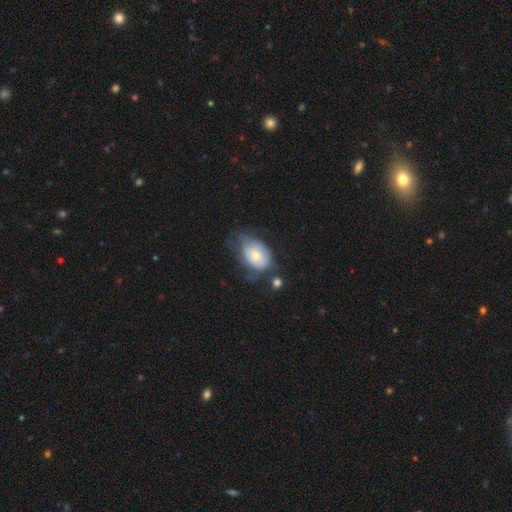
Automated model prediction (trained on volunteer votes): A smooth galaxy with no disk features (51%) that is in between round and cigar-shaped (76%). Merging: minor disturbance (35%).